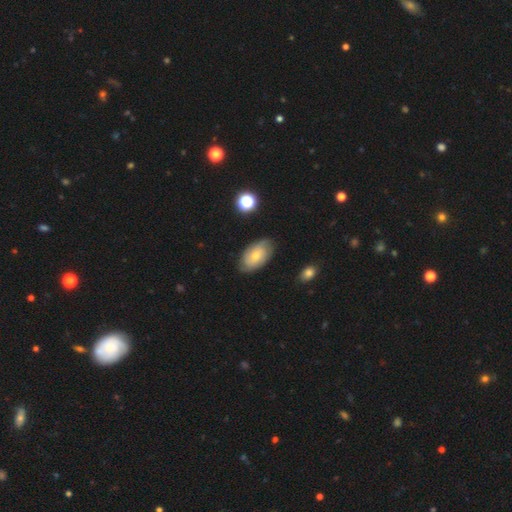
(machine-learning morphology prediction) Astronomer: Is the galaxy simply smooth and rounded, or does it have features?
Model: smooth — 54% (runner-up: featured or disk, 38%).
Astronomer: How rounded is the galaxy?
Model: in between — 92%.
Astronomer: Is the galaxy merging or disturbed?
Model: none — 78%.